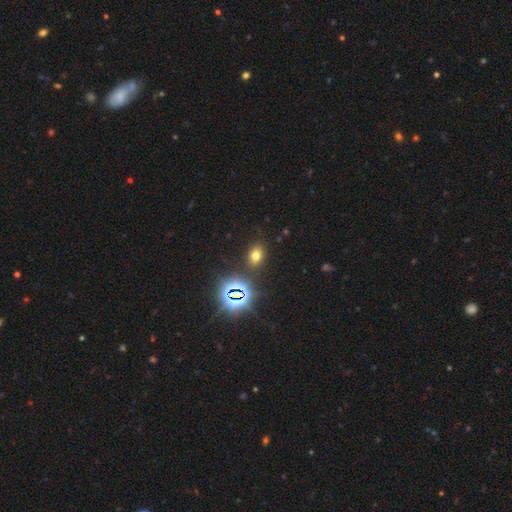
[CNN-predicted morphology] Smooth or featured?
  - smooth: 62% *
  - star or artifact: 29%
  - featured or disk: 9%
How rounded?
  - in between: 71% *
  - round: 28%
  - cigar-shaped: 2%
Merging?
  - none: 84% *
  - minor disturbance: 9%
  - major disturbance: 3%
  - merger: 3%